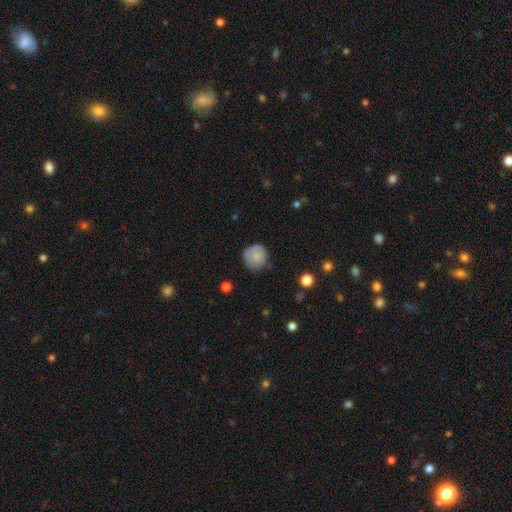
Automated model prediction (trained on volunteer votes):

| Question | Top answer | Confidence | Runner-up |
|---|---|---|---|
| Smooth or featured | smooth | 77% | featured or disk (15%) |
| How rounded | round | 91% | in between (8%) |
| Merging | none | 71% | minor disturbance (22%) |